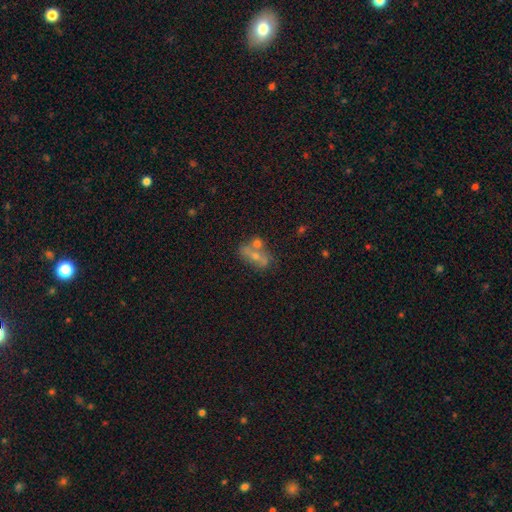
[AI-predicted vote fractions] This appears to be a smooth galaxy with no disk features (44%). Merging: none (42%).